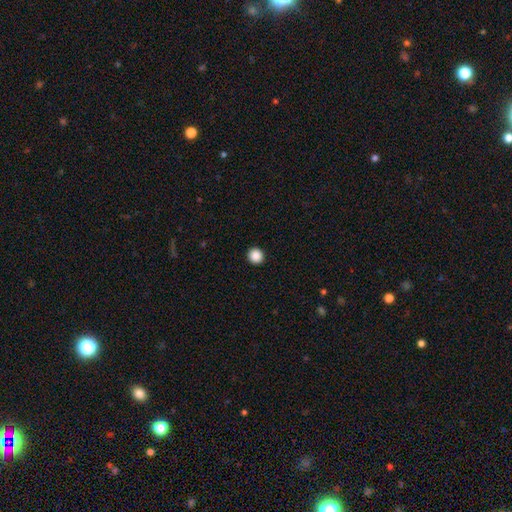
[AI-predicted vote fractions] This appears to be a smooth galaxy with no disk features (88%) that is round (94%). Merging: none (94%).